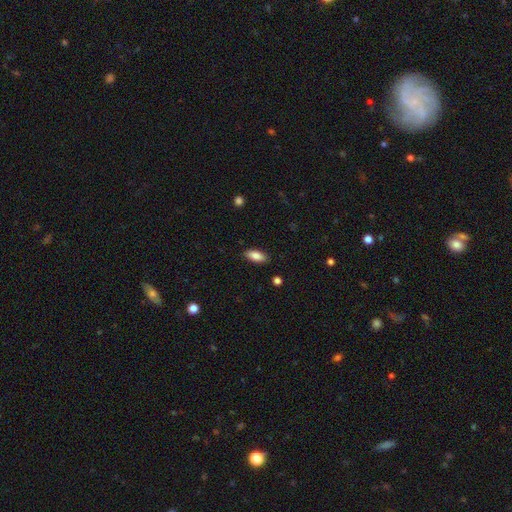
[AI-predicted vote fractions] Smooth or featured: smooth — 85% (featured or disk — 8%)
How rounded: in between — 84% (cigar-shaped — 14%)
Merging: none — 87% (minor disturbance — 10%)